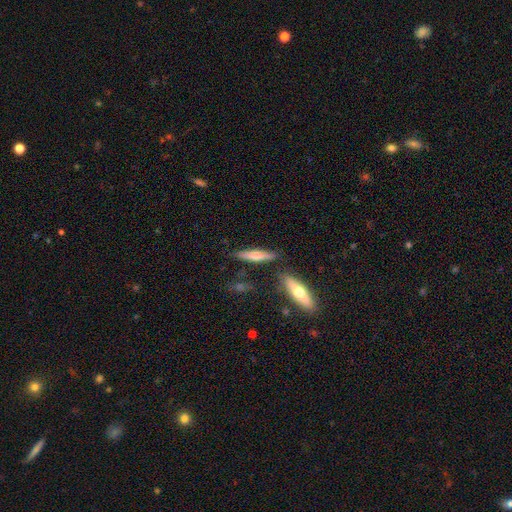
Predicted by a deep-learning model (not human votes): Smooth or featured?
  - smooth: 57% *
  - featured or disk: 37%
  - star or artifact: 6%
How rounded?
  - cigar-shaped: 82% *
  - in between: 16%
  - round: 2%
Merging?
  - none: 75% *
  - minor disturbance: 13%
  - merger: 9%
  - major disturbance: 3%